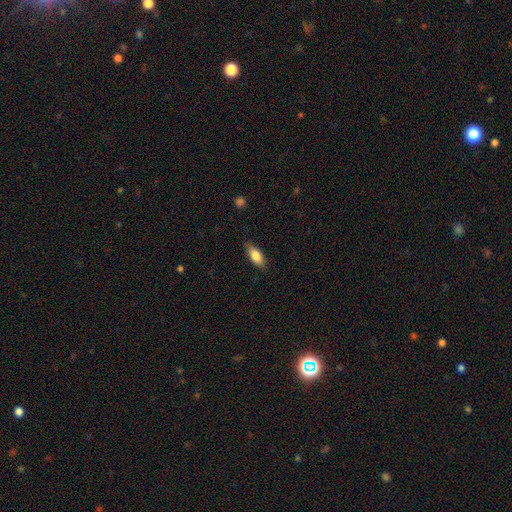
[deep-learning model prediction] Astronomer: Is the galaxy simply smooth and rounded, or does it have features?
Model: smooth — 80%.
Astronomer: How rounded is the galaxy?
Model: in between — 77%.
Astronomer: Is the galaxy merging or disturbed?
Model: none — 83%.